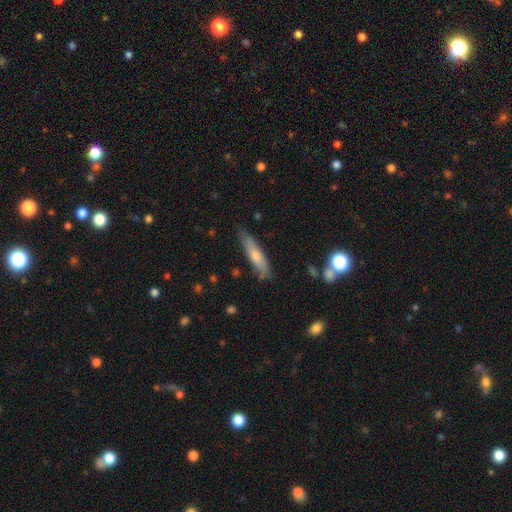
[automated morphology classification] The model was most divided on "smooth or featured": smooth: 54%, featured or disk: 39%, star or artifact: 7%. More confident: how rounded — cigar-shaped (85%); merging — none (80%).